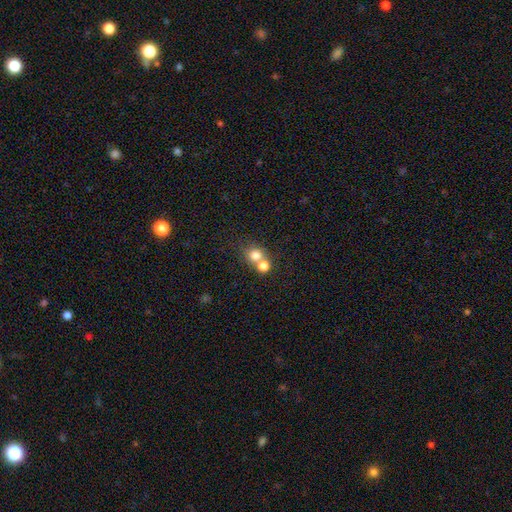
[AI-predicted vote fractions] This is likely a smooth galaxy (77%). How rounded: clearly round (84%). Merging: possibly merger (50%).